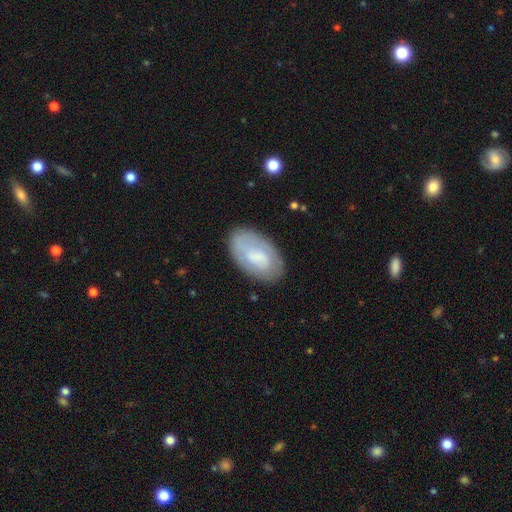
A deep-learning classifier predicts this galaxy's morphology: Overall: smooth (54%; featured or disk 40%). How rounded: in between (94%). Merging: none (75%).